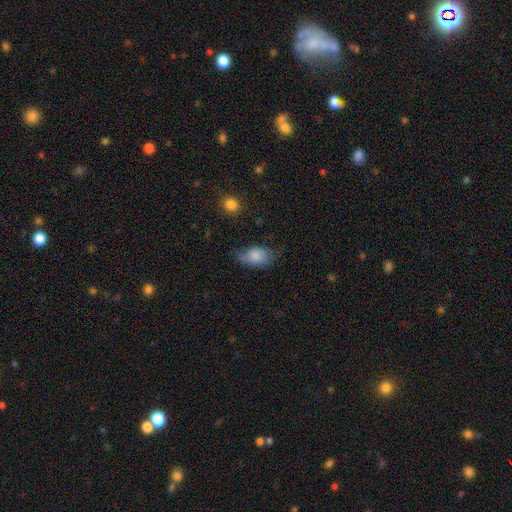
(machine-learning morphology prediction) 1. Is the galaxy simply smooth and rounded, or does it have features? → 81% smooth, 12% featured or disk, 8% star or artifact.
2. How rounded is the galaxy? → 89% in between, 9% round, 2% cigar-shaped.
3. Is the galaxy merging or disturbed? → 51% none, 35% minor disturbance, 12% major disturbance, 2% merger.